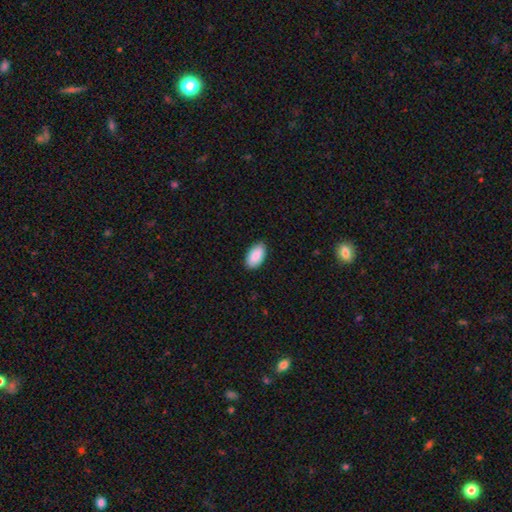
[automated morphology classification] Smooth or featured: smooth — 90% (star or artifact — 6%)
How rounded: in between — 96% (round — 3%)
Merging: none — 87% (minor disturbance — 10%)